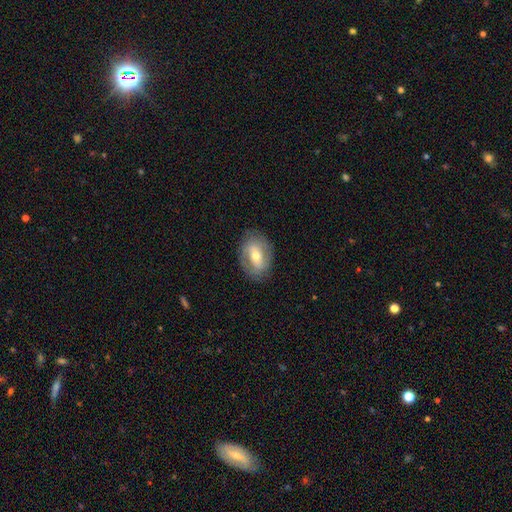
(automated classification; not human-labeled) This appears to be a featured or disk galaxy (54%). Merging: none (80%).